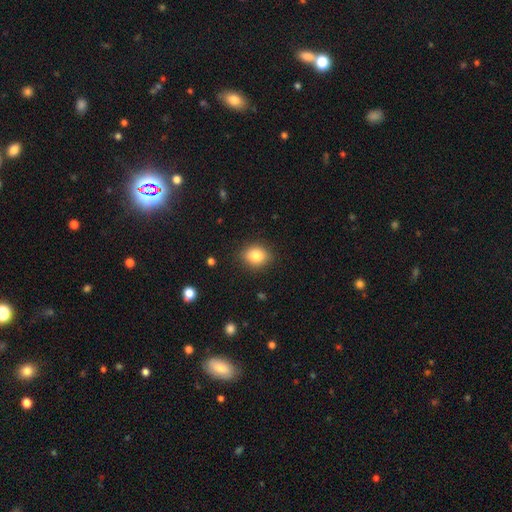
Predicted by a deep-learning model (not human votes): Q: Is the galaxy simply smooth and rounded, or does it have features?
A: smooth — 83%.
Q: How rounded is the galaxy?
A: round — 55%.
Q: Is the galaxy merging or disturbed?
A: none — 87%.